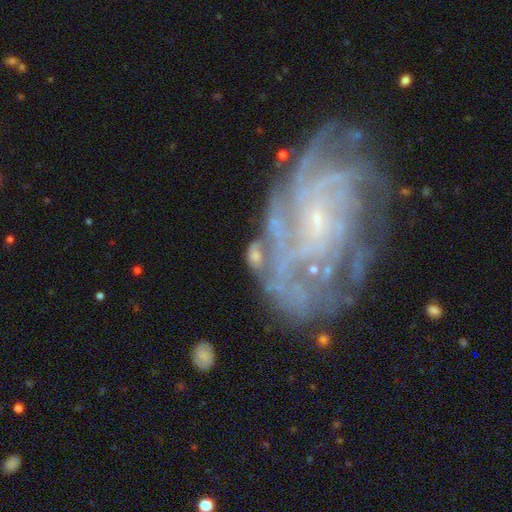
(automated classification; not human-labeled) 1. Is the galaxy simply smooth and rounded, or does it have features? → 50% featured or disk, 33% smooth, 17% star or artifact.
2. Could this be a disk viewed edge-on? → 92% no, 8% yes.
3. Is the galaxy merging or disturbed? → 40% none, 21% merger, 21% major disturbance, 19% minor disturbance.